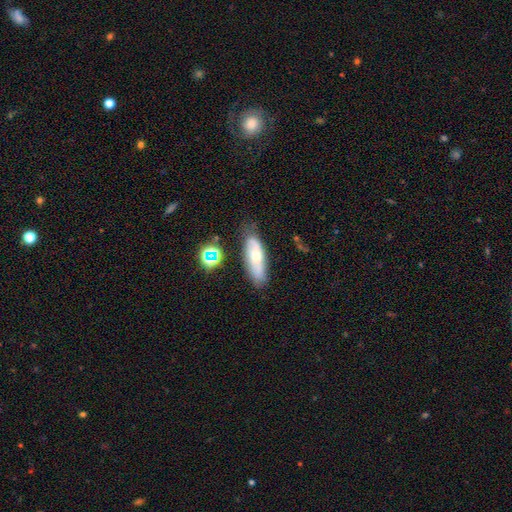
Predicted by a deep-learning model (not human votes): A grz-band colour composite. It shows a smooth galaxy with no disk features (47%). Merging: none (66%).